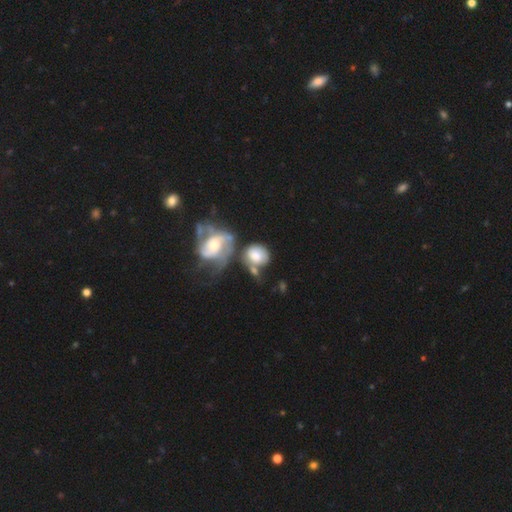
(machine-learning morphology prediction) type=smooth (63%); roundness=round (68%); merging=merger (36%).